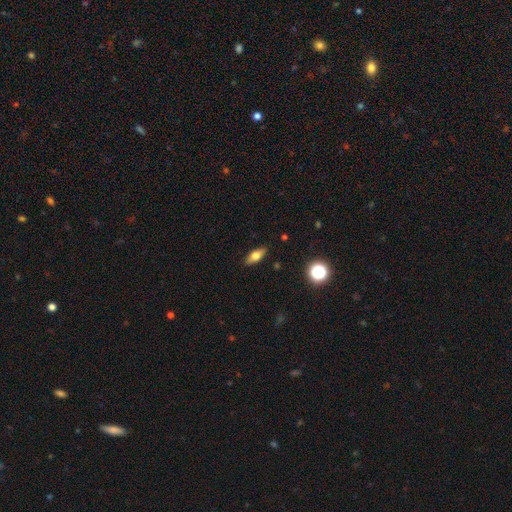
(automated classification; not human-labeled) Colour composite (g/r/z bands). It shows a smooth galaxy with no disk features (62%) that is in between round and cigar-shaped (73%). Merging: none (88%).